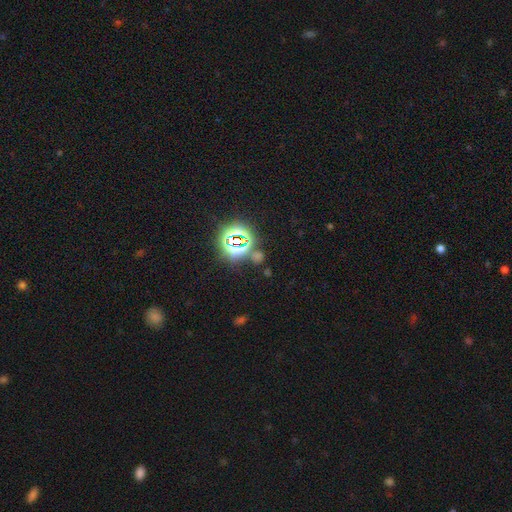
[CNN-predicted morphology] Q: Smooth or featured?
A: star or artifact (76%); runner-up: smooth (16%)